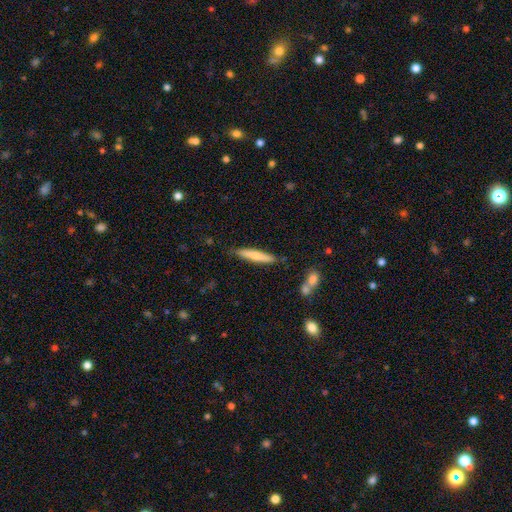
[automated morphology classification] Overall: smooth (69%). How rounded: cigar-shaped (91%). Merging: none (83%).